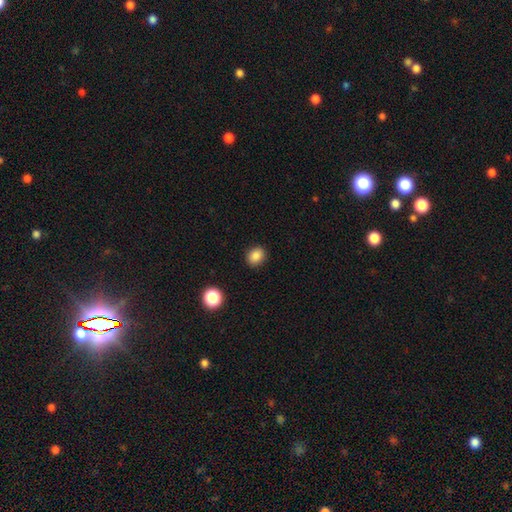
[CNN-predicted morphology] type=smooth (85%); roundness=round (62%); merging=none (89%).